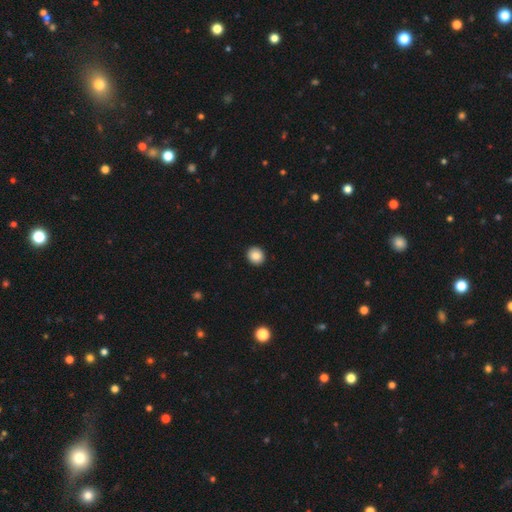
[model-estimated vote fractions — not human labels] A smooth galaxy with no disk features (86%) that is round (83%).

Vote fractions:
- Smooth or featured? smooth: 86% / star or artifact: 9% / featured or disk: 5%
- How rounded? round: 83% / in between: 16% / cigar-shaped: 1%
- Merging? none: 93% / minor disturbance: 5% / major disturbance: 1% / merger: 1%